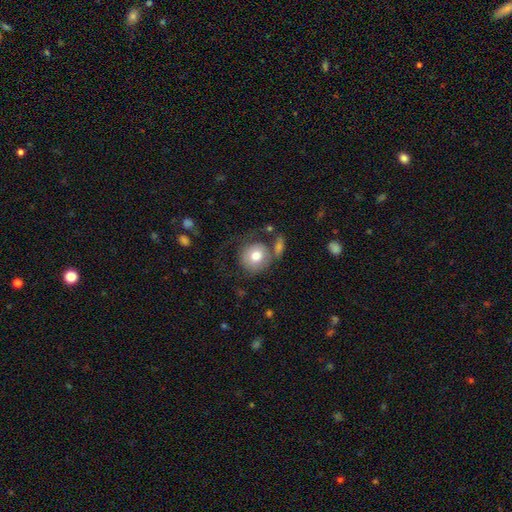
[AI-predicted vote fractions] Morphology: type=smooth (76%); roundness=round (83%); merging=none (51%).